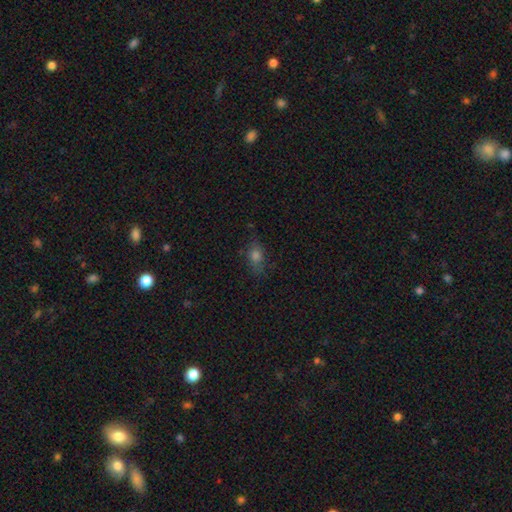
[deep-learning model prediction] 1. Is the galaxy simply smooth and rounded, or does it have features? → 64% smooth, 21% star or artifact, 16% featured or disk.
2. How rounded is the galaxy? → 66% in between, 25% round, 9% cigar-shaped.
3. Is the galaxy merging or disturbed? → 74% none, 18% minor disturbance, 6% major disturbance, 2% merger.